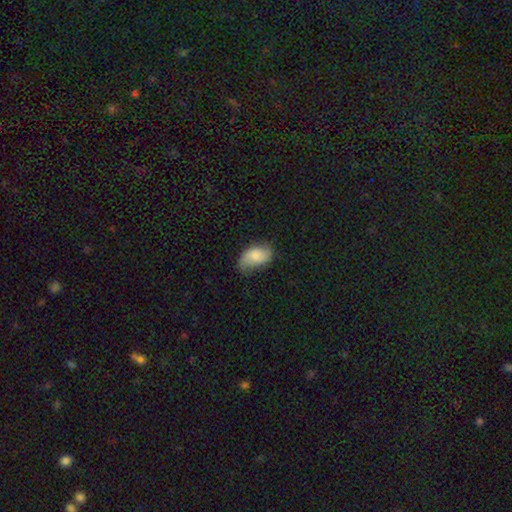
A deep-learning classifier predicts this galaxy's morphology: Smooth or featured? Predicted: smooth (p=0.62). How rounded? Predicted: in between (p=0.91). Merging? Predicted: none (p=0.51).